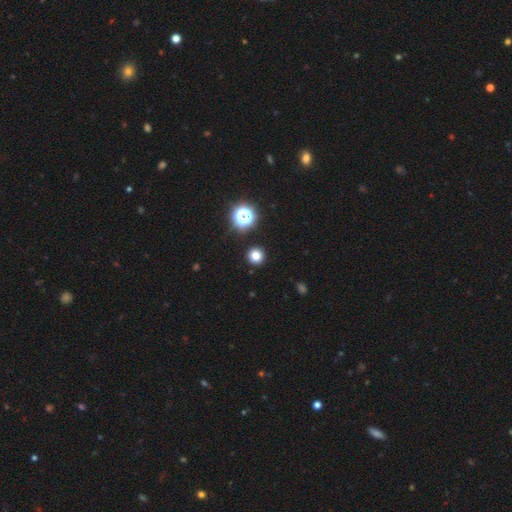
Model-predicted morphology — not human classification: Smooth or featured?
  - smooth: 77% *
  - star or artifact: 17%
  - featured or disk: 5%
How rounded?
  - round: 95% *
  - in between: 4%
  - cigar-shaped: 1%
Merging?
  - none: 92% *
  - minor disturbance: 5%
  - major disturbance: 2%
  - merger: 2%